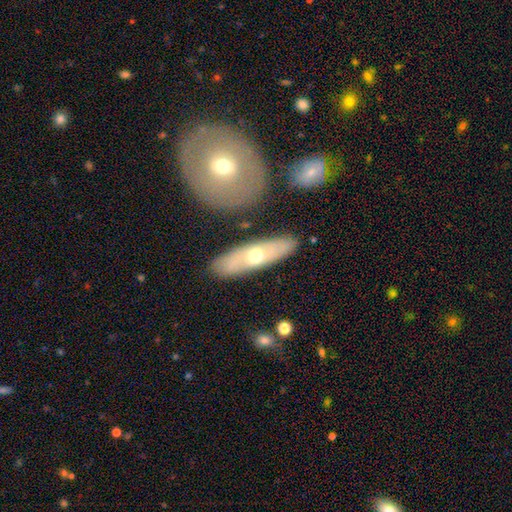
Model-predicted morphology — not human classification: Smooth or featured: smooth — 50% (featured or disk — 45%)
Merging: none — 85% (minor disturbance — 10%)